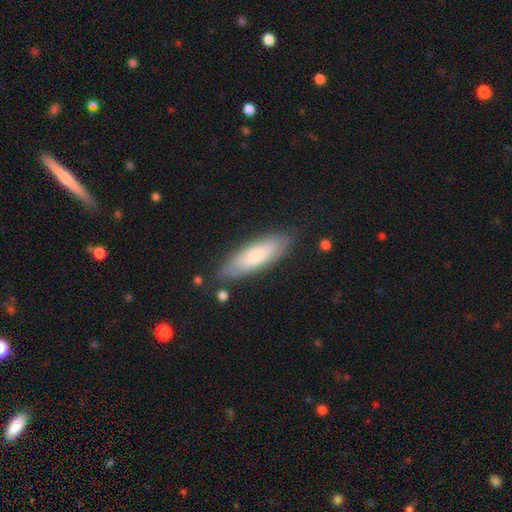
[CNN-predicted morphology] The model was most divided on "how rounded": in between: 53%, cigar-shaped: 45%, round: 2%. More confident: merging — none (78%); smooth or featured — smooth (64%).